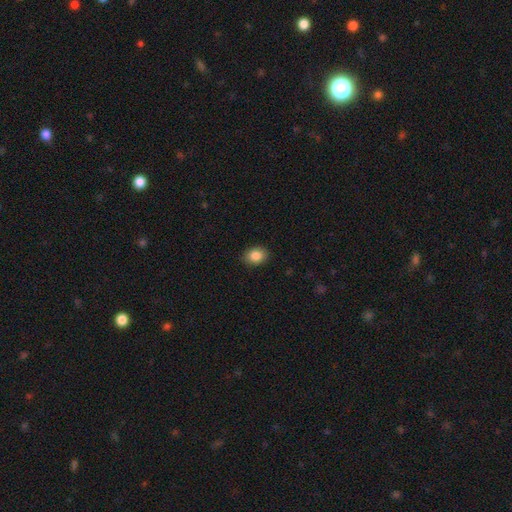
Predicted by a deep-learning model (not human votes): The model was most divided on "how rounded": in between: 66%, round: 33%, cigar-shaped: 1%. More confident: merging — none (88%); smooth or featured — smooth (86%).